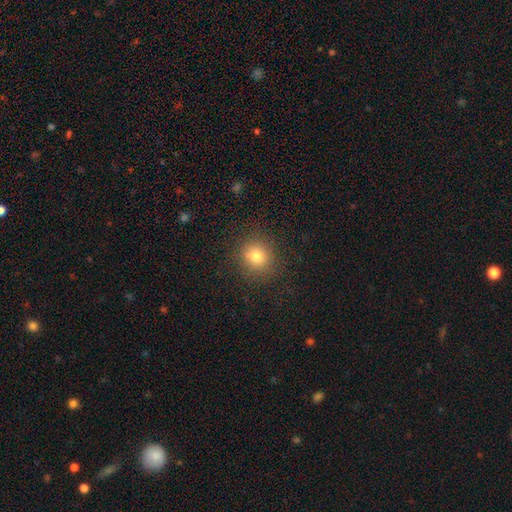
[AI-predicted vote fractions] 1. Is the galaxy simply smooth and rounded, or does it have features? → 78% smooth, 14% star or artifact, 8% featured or disk.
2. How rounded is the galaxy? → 87% round, 12% in between, 1% cigar-shaped.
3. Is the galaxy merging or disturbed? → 87% none, 8% minor disturbance, 3% major disturbance, 1% merger.